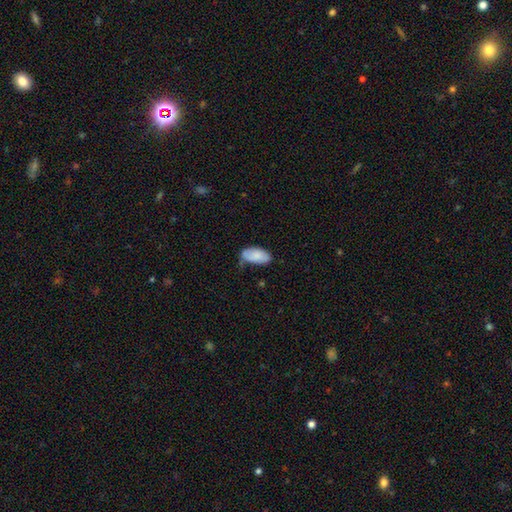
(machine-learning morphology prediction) Smooth or featured? Predicted: smooth (p=0.84). How rounded? Predicted: in between (p=0.93). Merging? Predicted: none (p=0.52).